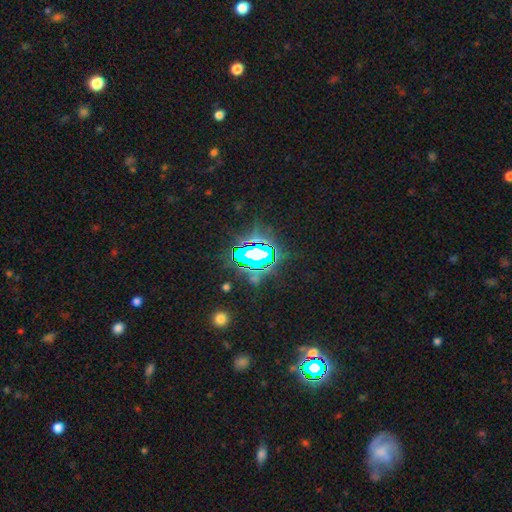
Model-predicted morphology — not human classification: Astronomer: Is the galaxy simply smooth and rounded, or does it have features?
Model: star or artifact — 73%.